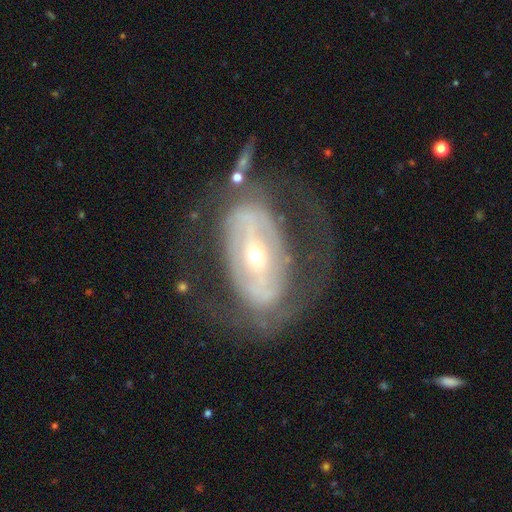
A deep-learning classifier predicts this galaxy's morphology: Smooth or featured: featured or disk — 79% (smooth — 15%)
Edge-on disk: no — 92% (yes — 8%)
Bar: strong — 46% (no — 27%)
Spiral arms: yes — 53% (no — 47%)
Bulge size: small — 61% (moderate — 35%)
Merging: none — 57% (major disturbance — 23%)